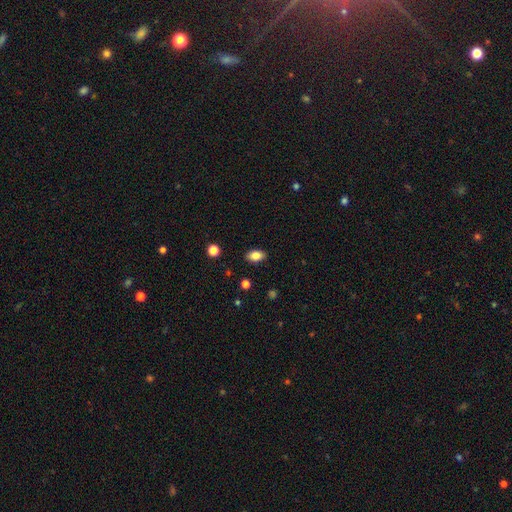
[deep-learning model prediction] Q: Smooth or featured?
A: smooth (83%); runner-up: star or artifact (9%)
Q: How rounded?
A: in between (89%); runner-up: round (9%)
Q: Merging?
A: none (89%); runner-up: minor disturbance (8%)